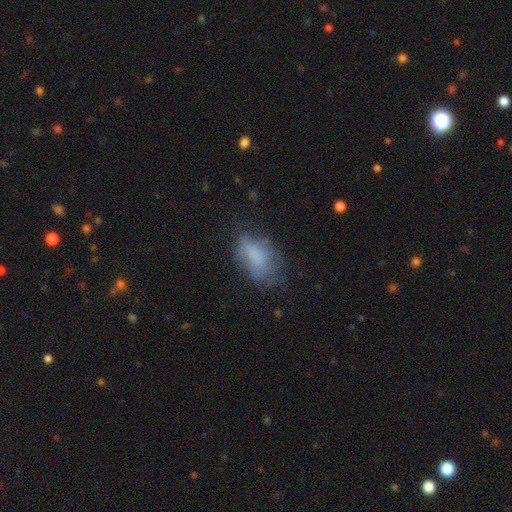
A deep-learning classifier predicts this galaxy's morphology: A smooth galaxy with no disk features (70%) that is in between round and cigar-shaped (89%). Merging: none (49%).